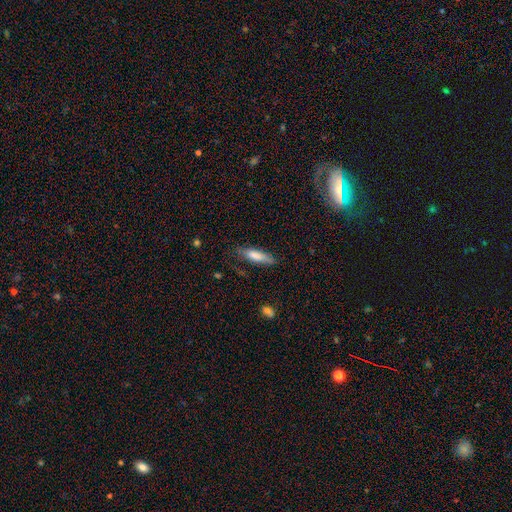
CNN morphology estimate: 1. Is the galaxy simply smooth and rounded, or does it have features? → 75% smooth, 19% featured or disk, 6% star or artifact.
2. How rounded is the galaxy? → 66% cigar-shaped, 32% in between, 2% round.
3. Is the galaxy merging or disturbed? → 68% none, 23% minor disturbance, 7% major disturbance, 2% merger.